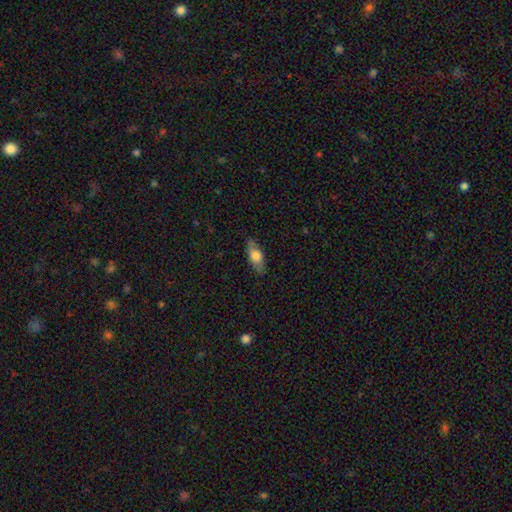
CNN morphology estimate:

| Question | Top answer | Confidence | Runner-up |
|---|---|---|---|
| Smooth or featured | smooth | 68% | featured or disk (25%) |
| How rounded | in between | 77% | cigar-shaped (19%) |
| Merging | none | 82% | minor disturbance (14%) |